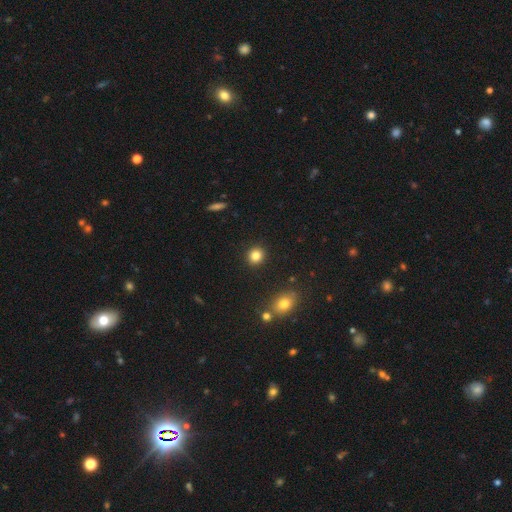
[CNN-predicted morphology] This is clearly a smooth galaxy (84%). How rounded: clearly round (88%). Merging: clearly none (91%).